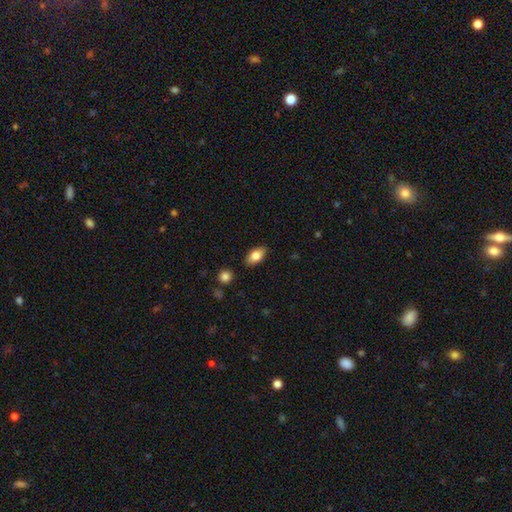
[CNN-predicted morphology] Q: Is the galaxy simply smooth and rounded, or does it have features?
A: smooth — 80%.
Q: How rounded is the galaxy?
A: in between — 90%.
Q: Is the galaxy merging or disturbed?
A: none — 87%.